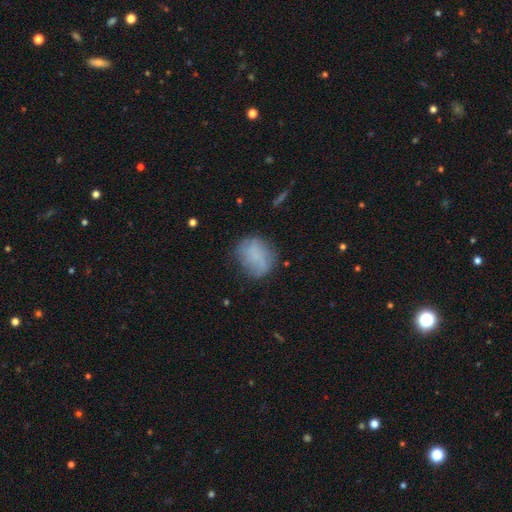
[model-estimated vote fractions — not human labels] The model was most divided on "how rounded": round: 55%, in between: 44%, cigar-shaped: 2%. More confident: smooth or featured — smooth (66%); merging — none (61%).